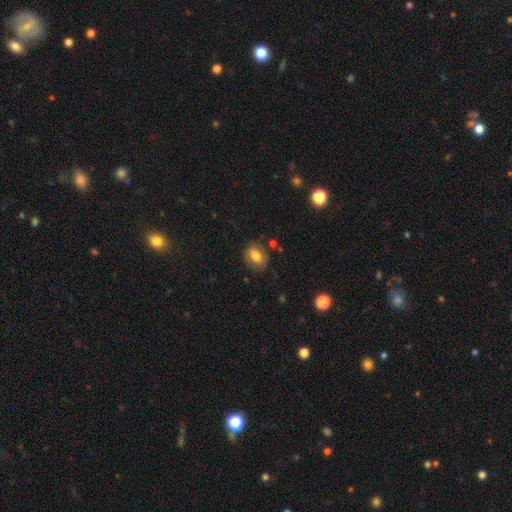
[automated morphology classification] smooth_or_featured: smooth (p=0.78) [alt: featured or disk p=0.13]
how_rounded: in between (p=0.72) [alt: round p=0.26]
merging: none (p=0.81) [alt: minor disturbance p=0.13]